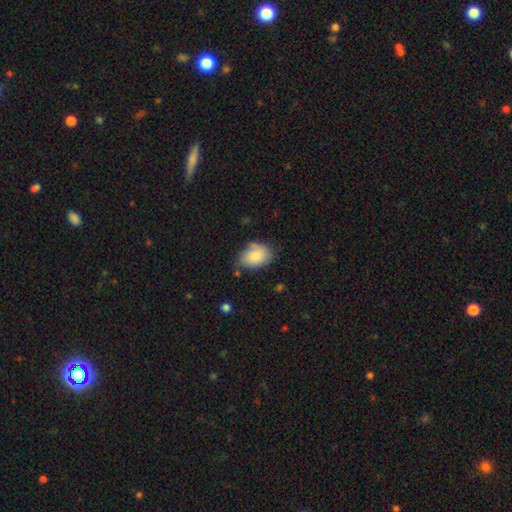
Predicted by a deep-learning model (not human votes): Smooth or featured? Predicted: smooth (p=0.82). How rounded? Predicted: in between (p=0.86). Merging? Predicted: none (p=0.59).